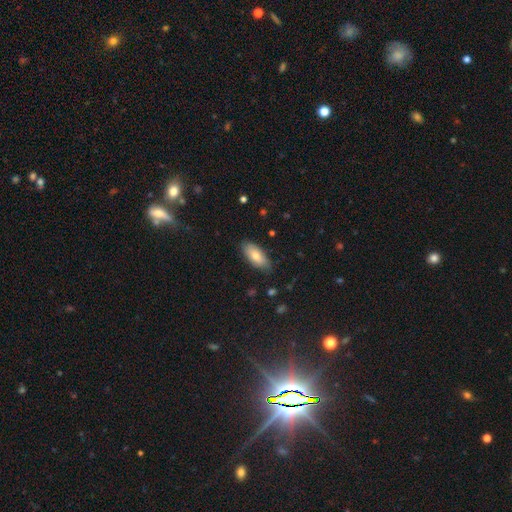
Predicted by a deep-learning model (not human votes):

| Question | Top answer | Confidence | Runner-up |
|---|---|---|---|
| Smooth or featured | smooth | 76% | featured or disk (18%) |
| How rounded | in between | 86% | cigar-shaped (12%) |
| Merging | none | 79% | minor disturbance (17%) |